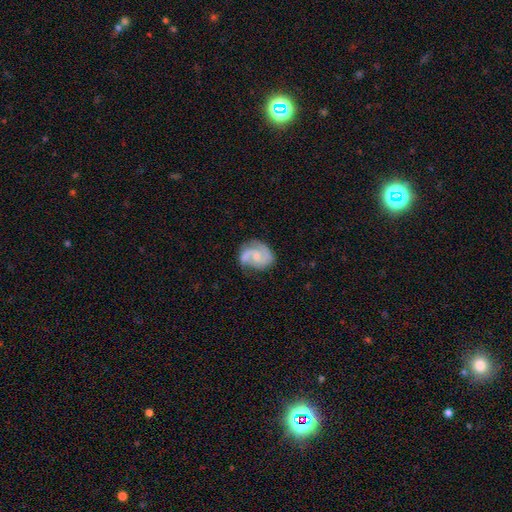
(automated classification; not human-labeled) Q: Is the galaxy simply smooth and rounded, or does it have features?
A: featured or disk — 82%.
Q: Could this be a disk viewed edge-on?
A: no — 98%.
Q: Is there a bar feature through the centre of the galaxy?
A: no — 55%.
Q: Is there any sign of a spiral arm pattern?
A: yes — 96%.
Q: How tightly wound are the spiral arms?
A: medium — 53%.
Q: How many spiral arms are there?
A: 2 — 85%.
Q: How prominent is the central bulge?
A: small — 50%.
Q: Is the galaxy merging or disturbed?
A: none — 65%.